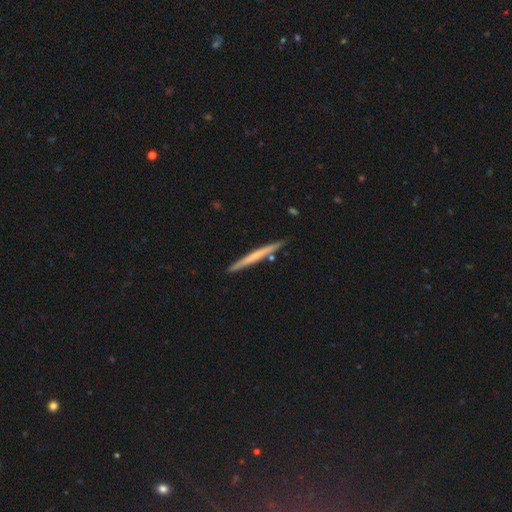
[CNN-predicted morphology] Q: Smooth or featured?
A: featured or disk (53%); runner-up: smooth (42%)
Q: Edge-on disk?
A: yes (97%); runner-up: no (3%)
Q: Edge-on bulge?
A: none (69%); runner-up: rounded (25%)
Q: Merging?
A: none (89%); runner-up: minor disturbance (7%)